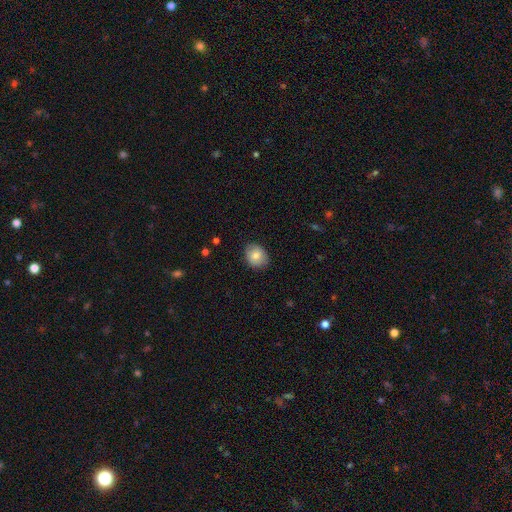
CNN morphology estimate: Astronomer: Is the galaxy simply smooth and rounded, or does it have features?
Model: smooth — 81%.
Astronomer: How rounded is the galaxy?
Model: round — 58% (runner-up: in between, 41%).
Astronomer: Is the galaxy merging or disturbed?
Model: none — 84%.